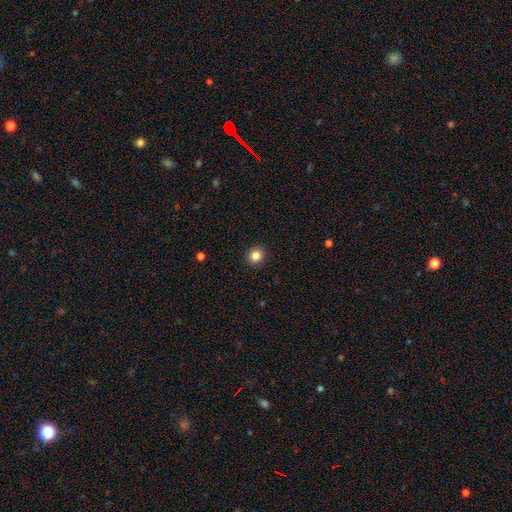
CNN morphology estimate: This appears to be a smooth galaxy with no disk features (84%) that is round (86%). Merging: none (92%).